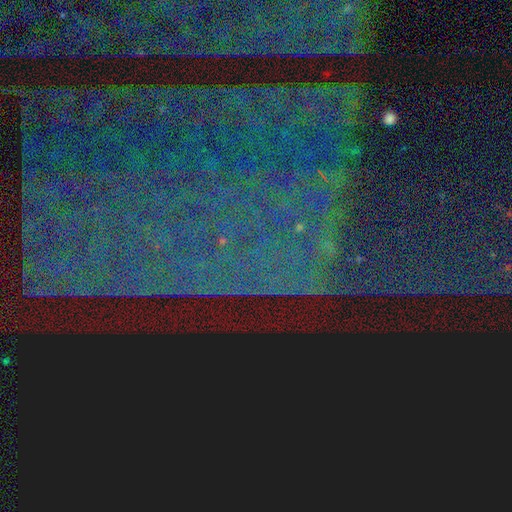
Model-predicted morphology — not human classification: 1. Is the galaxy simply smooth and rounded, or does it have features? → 87% star or artifact, 7% featured or disk, 6% smooth.